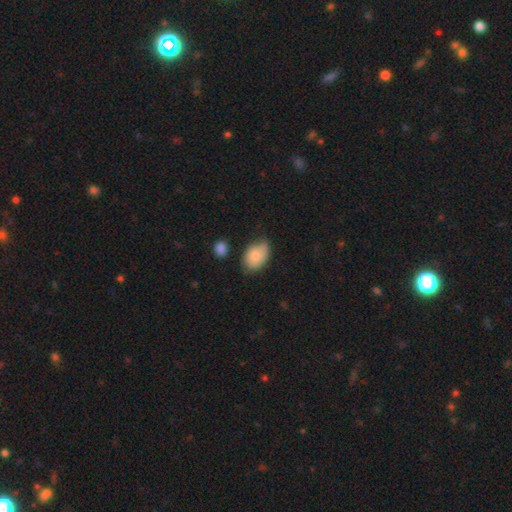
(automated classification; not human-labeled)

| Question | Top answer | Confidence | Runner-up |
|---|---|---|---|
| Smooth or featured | smooth | 83% | featured or disk (10%) |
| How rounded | in between | 85% | round (13%) |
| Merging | none | 58% | minor disturbance (32%) |